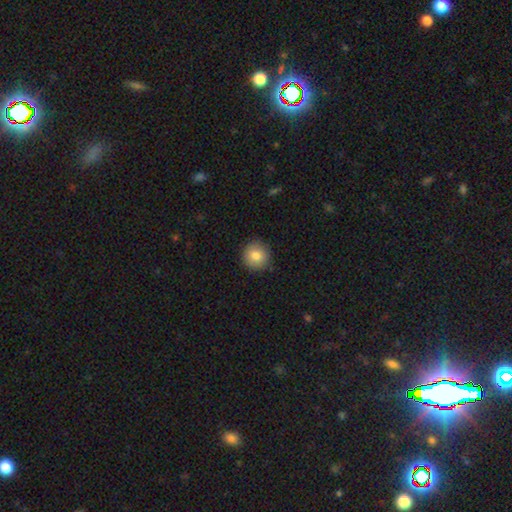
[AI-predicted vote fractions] Overall: smooth (83%). How rounded: round (93%). Merging: none (90%).